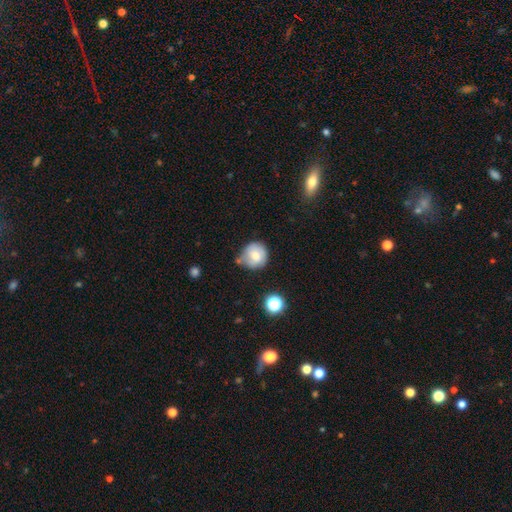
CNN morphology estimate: A smooth galaxy with no disk features (74%) that is round (90%). Merging: none (57%).